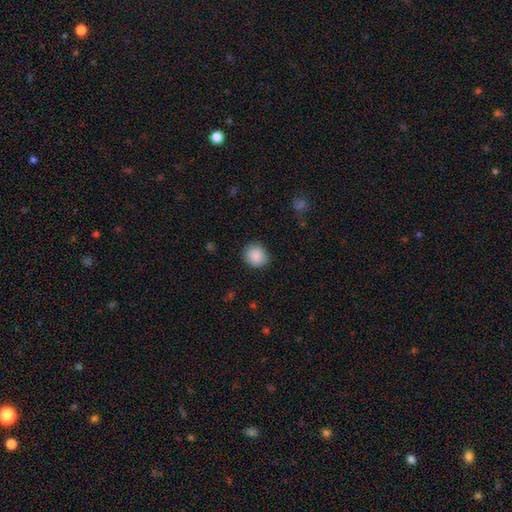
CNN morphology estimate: Smooth or featured?
  - smooth: 89% *
  - star or artifact: 8%
  - featured or disk: 3%
How rounded?
  - round: 82% *
  - in between: 17%
  - cigar-shaped: 1%
Merging?
  - none: 86% *
  - minor disturbance: 10%
  - major disturbance: 3%
  - merger: 1%